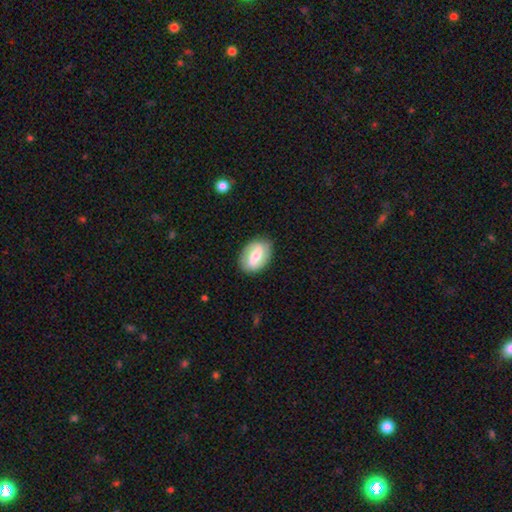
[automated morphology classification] smooth_or_featured: featured or disk (p=0.60) [alt: smooth p=0.34]
disk_edge_on: no (p=0.95) [alt: yes p=0.05]
bar: strong (p=0.41) [alt: weak p=0.40]
has_spiral_arms: yes (p=0.76) [alt: no p=0.24]
bulge_size: moderate (p=0.62) [alt: small p=0.26]
merging: none (p=0.85) [alt: minor disturbance p=0.11]